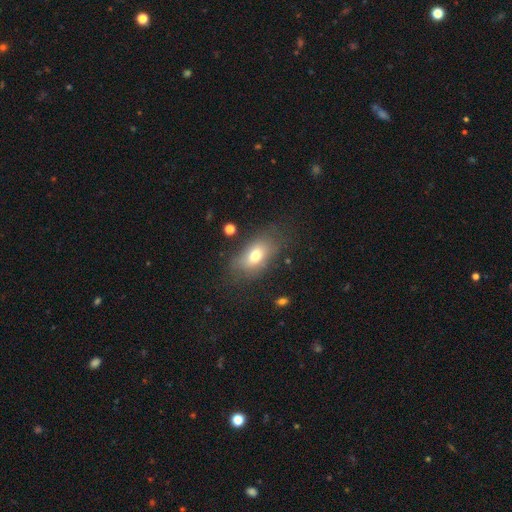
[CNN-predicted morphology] smooth-or-featured: smooth: 70% | featured or disk: 19% | star or artifact: 11%
  how-rounded: in between: 84% | round: 12% | cigar-shaped: 4%
  merging: none: 69% | minor disturbance: 19% | major disturbance: 10% | merger: 2%